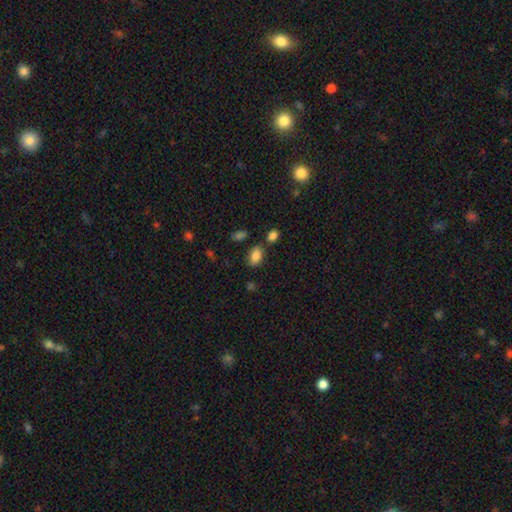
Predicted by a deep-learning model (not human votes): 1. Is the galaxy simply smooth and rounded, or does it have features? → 85% smooth, 9% star or artifact, 6% featured or disk.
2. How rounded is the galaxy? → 90% in between, 8% round, 2% cigar-shaped.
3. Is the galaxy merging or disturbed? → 72% none, 15% minor disturbance, 9% merger, 4% major disturbance.